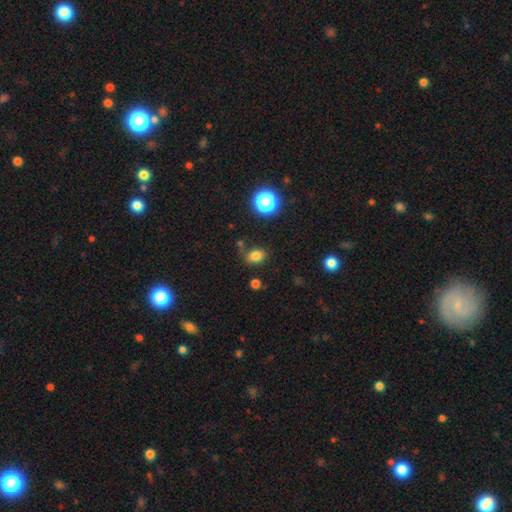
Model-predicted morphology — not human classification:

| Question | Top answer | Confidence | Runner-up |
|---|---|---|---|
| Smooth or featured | smooth | 79% | star or artifact (14%) |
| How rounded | in between | 57% | round (42%) |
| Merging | none | 72% | minor disturbance (16%) |